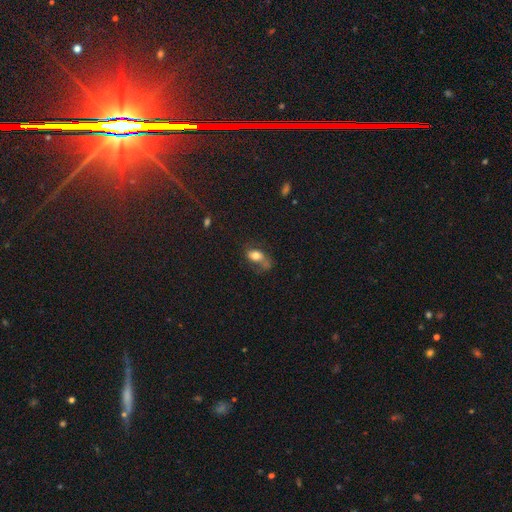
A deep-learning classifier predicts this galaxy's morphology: Smooth or featured? smooth (71%)
How rounded? in between (83%)
Merging? none (38%)